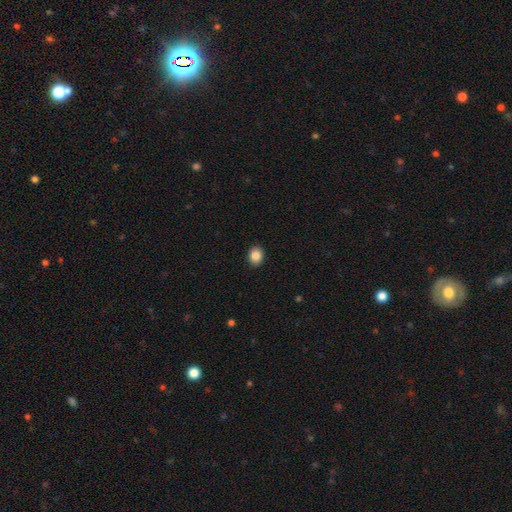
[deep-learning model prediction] The model was most divided on "how rounded": in between: 51%, round: 48%, cigar-shaped: 1%. More confident: merging — none (90%); smooth or featured — smooth (87%).